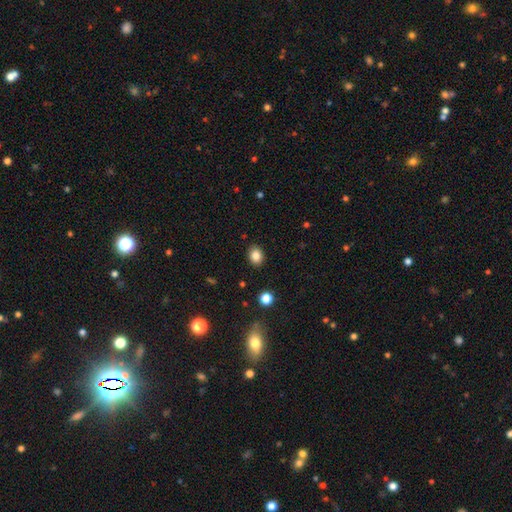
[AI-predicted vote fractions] Smooth or featured?
  - smooth: 84% *
  - star or artifact: 10%
  - featured or disk: 5%
How rounded?
  - in between: 57% *
  - round: 43%
  - cigar-shaped: 1%
Merging?
  - none: 88% *
  - minor disturbance: 8%
  - major disturbance: 2%
  - merger: 1%